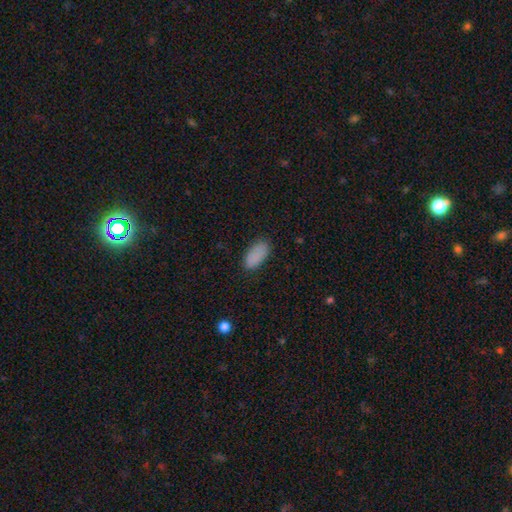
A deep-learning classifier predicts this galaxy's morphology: The model was most divided on "merging": none: 81%, minor disturbance: 14%, major disturbance: 3%, merger: 1%. More confident: how rounded — in between (93%); smooth or featured — smooth (86%).